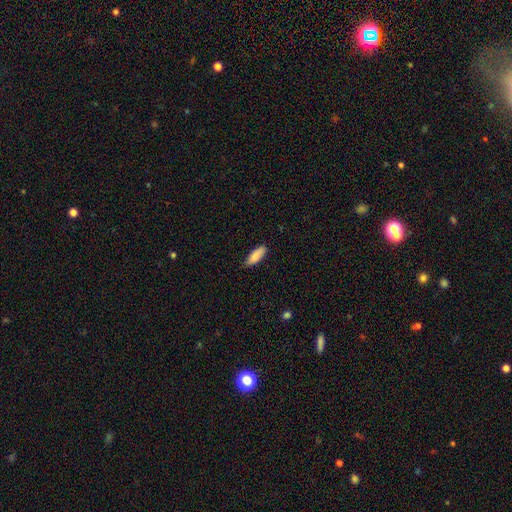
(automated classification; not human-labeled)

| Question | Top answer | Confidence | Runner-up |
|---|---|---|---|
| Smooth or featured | smooth | 86% | featured or disk (8%) |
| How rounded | in between | 66% | cigar-shaped (32%) |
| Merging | none | 78% | minor disturbance (19%) |